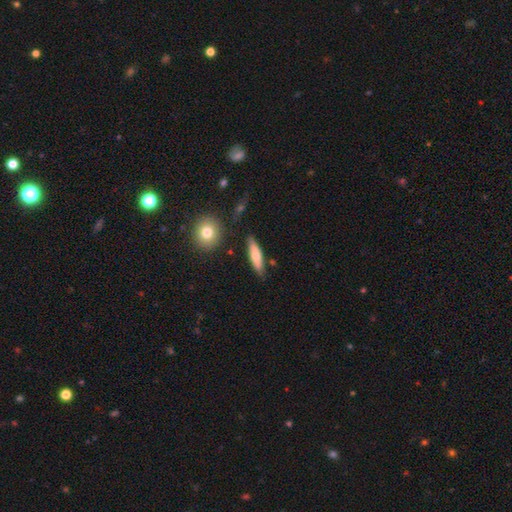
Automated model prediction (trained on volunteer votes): smooth 69%, featured or disk 25%, star or artifact 6%. Down the decision tree: how rounded — cigar-shaped (65%); merging — none (80%).